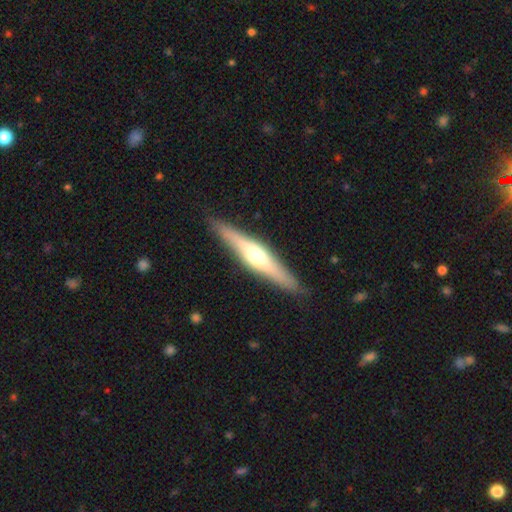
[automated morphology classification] Smooth or featured? featured or disk (64%)
Edge-on disk? yes (95%)
Edge-on bulge? rounded (89%)
Merging? none (89%)